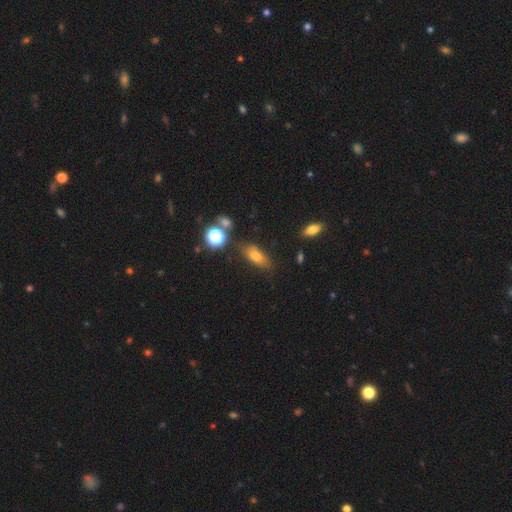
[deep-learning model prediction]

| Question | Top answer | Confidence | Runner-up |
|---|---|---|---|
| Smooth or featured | smooth | 71% | featured or disk (15%) |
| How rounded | in between | 72% | cigar-shaped (21%) |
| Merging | none | 73% | minor disturbance (17%) |